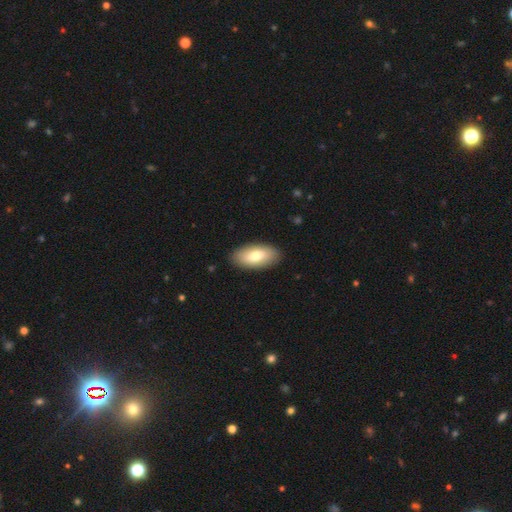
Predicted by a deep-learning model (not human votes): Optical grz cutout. It shows a smooth galaxy with no disk features (75%) that is in between round and cigar-shaped (93%). Merging: none (89%).